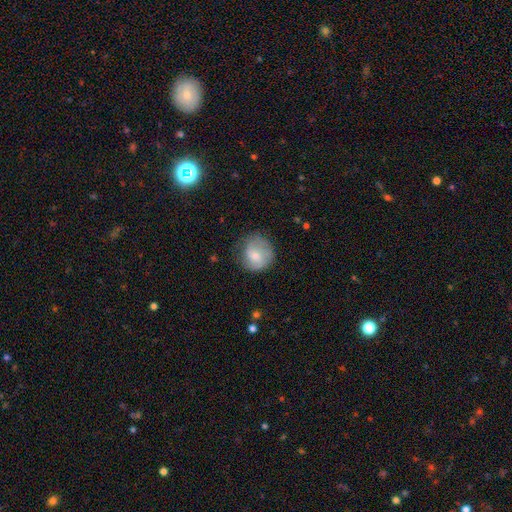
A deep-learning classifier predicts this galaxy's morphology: This appears to be a smooth galaxy with no disk features (60%) that is round (84%). Merging: none (63%).